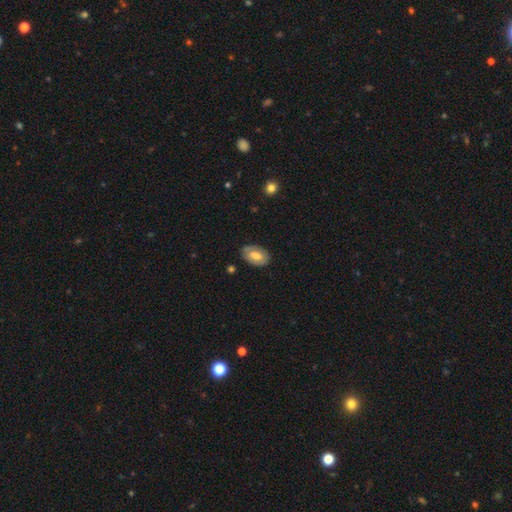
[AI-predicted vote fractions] Morphology: type=smooth (61%); roundness=in between (91%); merging=none (81%).